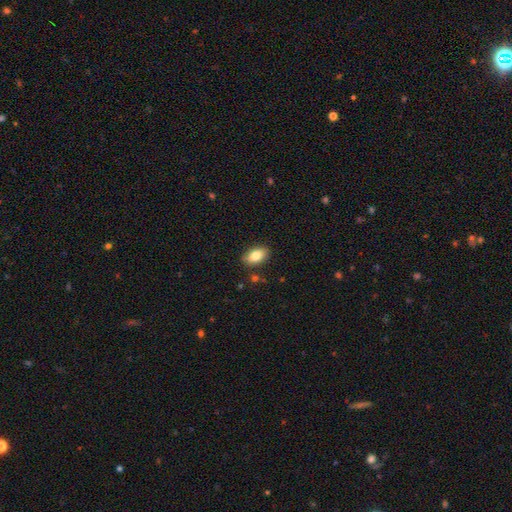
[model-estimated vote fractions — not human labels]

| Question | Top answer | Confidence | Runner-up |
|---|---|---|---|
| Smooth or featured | smooth | 84% | featured or disk (9%) |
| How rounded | in between | 91% | round (6%) |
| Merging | none | 86% | minor disturbance (10%) |